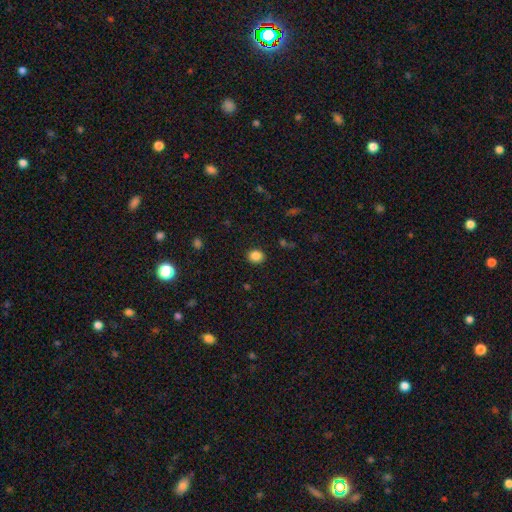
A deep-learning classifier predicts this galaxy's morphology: smooth 86%, star or artifact 11%, featured or disk 4%. Down the decision tree: how rounded — round (69%); merging — none (90%).